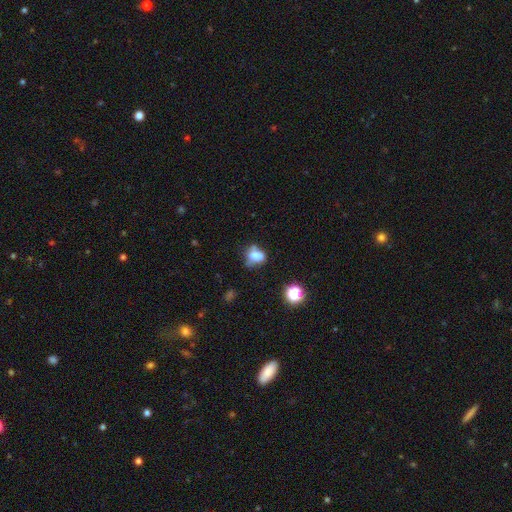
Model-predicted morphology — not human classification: This appears to be a smooth galaxy with no disk features (66%) that is in between round and cigar-shaped (59%). Merging: none (37%).